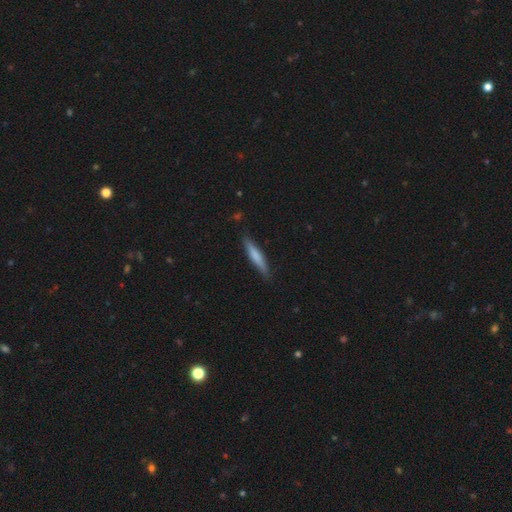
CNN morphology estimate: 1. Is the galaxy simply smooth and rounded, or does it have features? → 69% smooth, 26% featured or disk, 5% star or artifact.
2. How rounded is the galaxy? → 91% cigar-shaped, 8% in between, 1% round.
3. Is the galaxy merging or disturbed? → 85% none, 12% minor disturbance, 2% major disturbance, 1% merger.